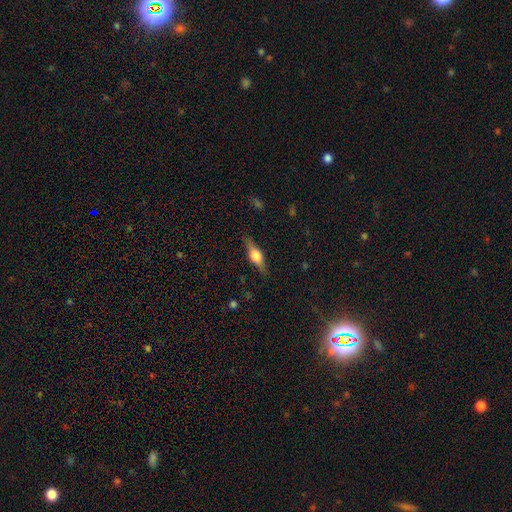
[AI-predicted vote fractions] smooth_or_featured: featured or disk (p=0.50) [alt: smooth p=0.44]
merging: none (p=0.84) [alt: minor disturbance p=0.12]